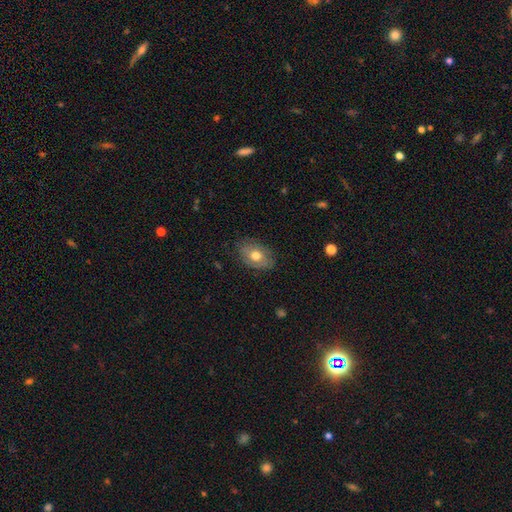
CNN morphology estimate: type=smooth (52%); roundness=in between (82%); merging=none (75%).